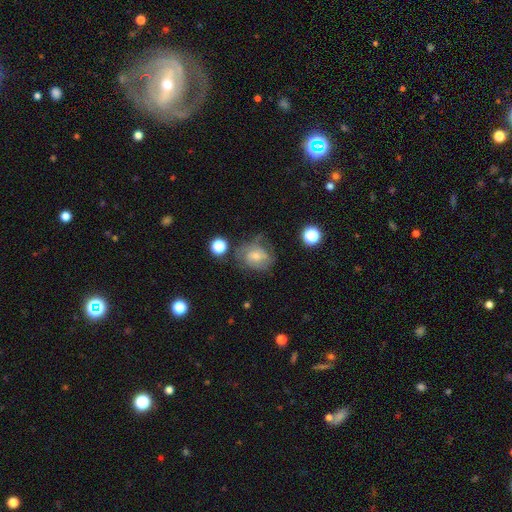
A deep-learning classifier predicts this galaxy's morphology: smooth_or_featured: featured or disk (p=0.52) [alt: smooth p=0.38]
disk_edge_on: no (p=0.97) [alt: yes p=0.03]
merging: none (p=0.52) [alt: minor disturbance p=0.25]